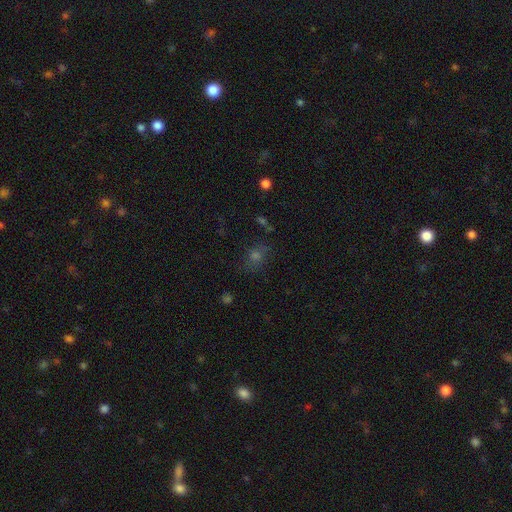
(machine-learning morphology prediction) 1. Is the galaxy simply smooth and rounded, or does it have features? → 48% smooth, 34% star or artifact, 18% featured or disk.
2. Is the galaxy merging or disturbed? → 72% none, 16% minor disturbance, 9% major disturbance, 3% merger.